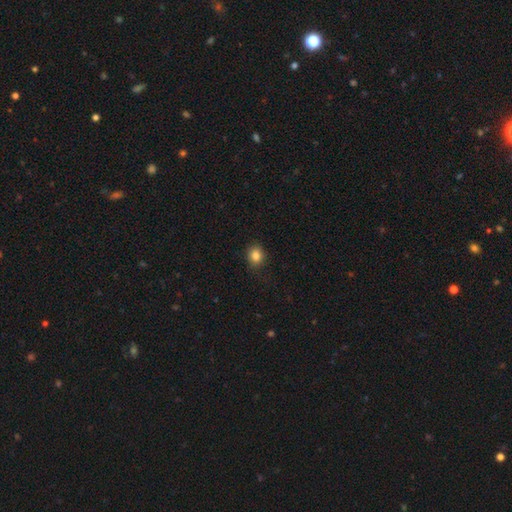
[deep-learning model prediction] smooth 84%, star or artifact 11%, featured or disk 5%. Down the decision tree: how rounded — round (73%); merging — none (86%).